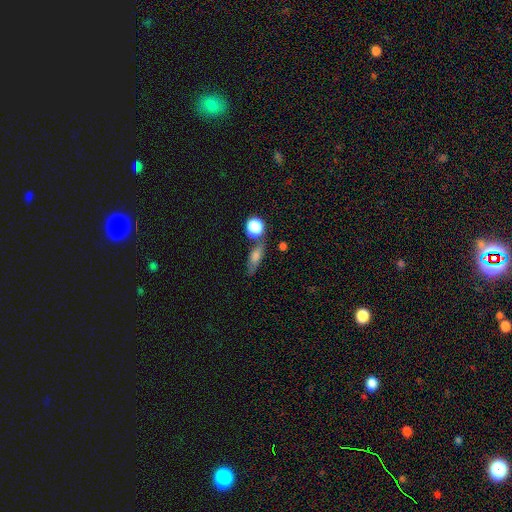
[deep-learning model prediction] The model was most divided on "how rounded": in between: 45%, cigar-shaped: 39%, round: 15%. More confident: merging — none (64%); smooth or featured — smooth (58%).